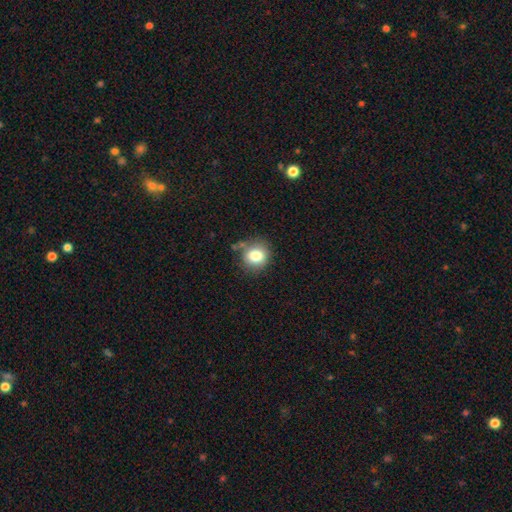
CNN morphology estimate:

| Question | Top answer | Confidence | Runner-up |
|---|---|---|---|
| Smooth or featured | smooth | 80% | star or artifact (11%) |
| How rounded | round | 83% | in between (16%) |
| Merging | none | 71% | minor disturbance (17%) |